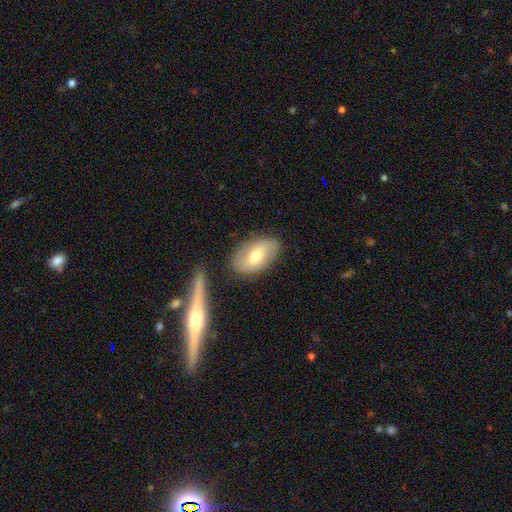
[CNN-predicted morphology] A smooth galaxy with no disk features (49%). Merging: none (79%).